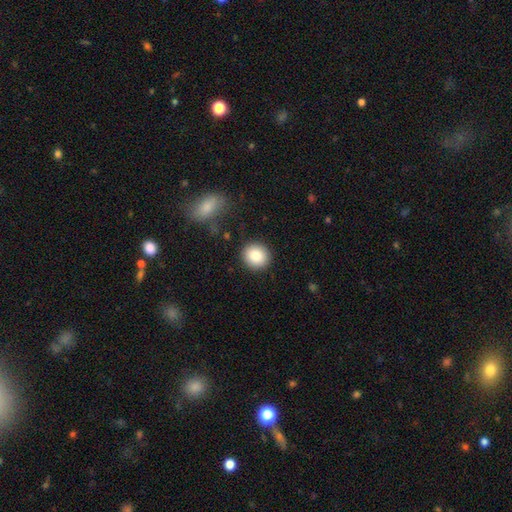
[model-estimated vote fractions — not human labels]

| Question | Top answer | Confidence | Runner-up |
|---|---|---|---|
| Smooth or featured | smooth | 85% | star or artifact (8%) |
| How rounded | round | 87% | in between (12%) |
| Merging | none | 90% | minor disturbance (7%) |